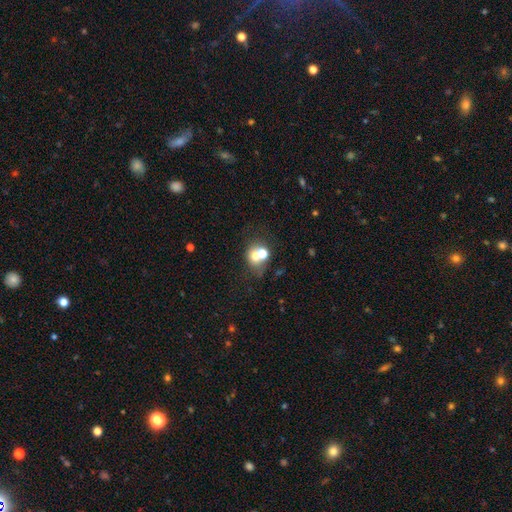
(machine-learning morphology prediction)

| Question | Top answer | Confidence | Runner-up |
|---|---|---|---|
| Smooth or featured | smooth | 64% | featured or disk (20%) |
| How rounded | round | 69% | in between (30%) |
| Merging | merger | 47% | none (38%) |